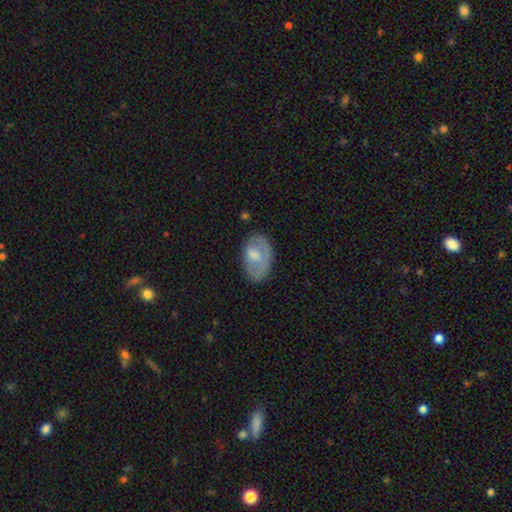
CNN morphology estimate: This is possibly a smooth galaxy (53%). How rounded: clearly in between (88%). Merging: likely none (60%).